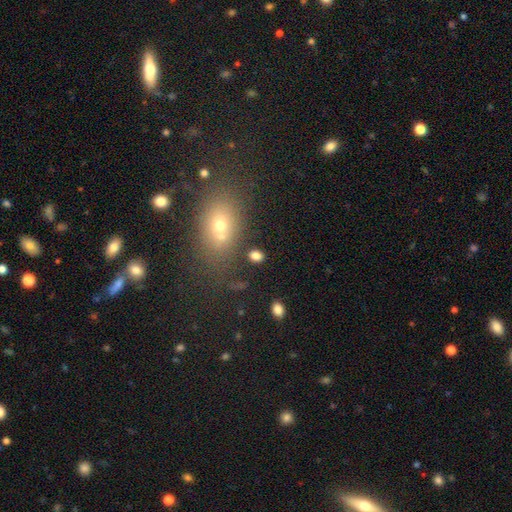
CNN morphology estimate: type=smooth (79%); roundness=in between (62%); merging=none (76%).